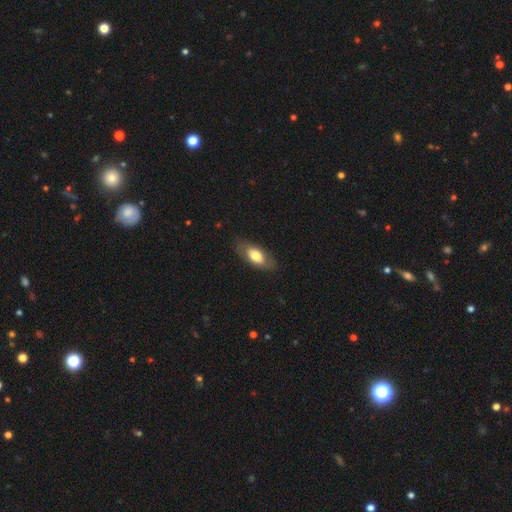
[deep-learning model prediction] A smooth galaxy with no disk features (65%) that is in between round and cigar-shaped (86%).

Vote fractions:
- Smooth or featured? smooth: 65% / featured or disk: 30% / star or artifact: 6%
- How rounded? in between: 86% / cigar-shaped: 11% / round: 4%
- Merging? none: 80% / minor disturbance: 14% / major disturbance: 4% / merger: 1%